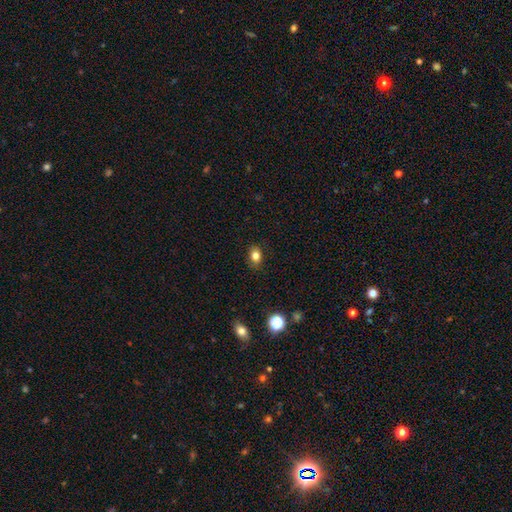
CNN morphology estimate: Smooth or featured: smooth — 80% (star or artifact — 12%)
How rounded: in between — 60% (round — 39%)
Merging: none — 87% (minor disturbance — 10%)